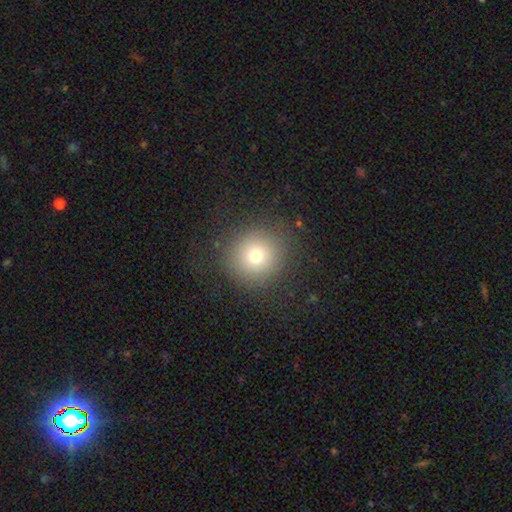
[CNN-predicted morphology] type=smooth (73%); roundness=round (94%); merging=none (87%).